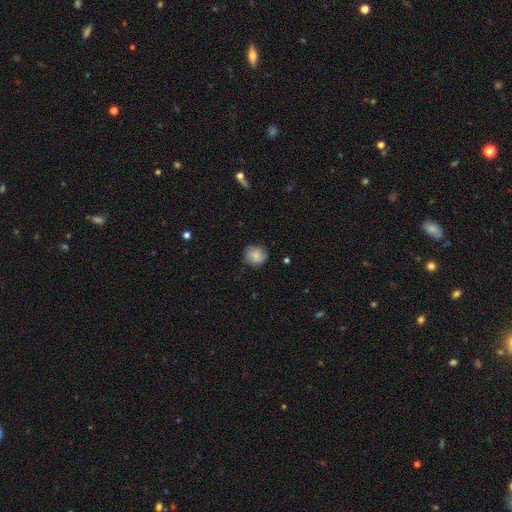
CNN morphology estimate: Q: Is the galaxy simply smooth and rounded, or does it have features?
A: smooth — 75%.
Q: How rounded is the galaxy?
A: round — 83%.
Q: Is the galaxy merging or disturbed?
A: none — 76%.